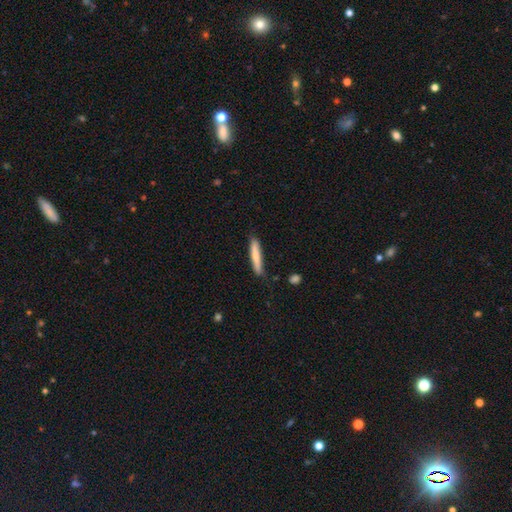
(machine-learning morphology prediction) Smooth or featured: smooth — 73% (featured or disk — 21%)
How rounded: cigar-shaped — 92% (in between — 6%)
Merging: none — 83% (minor disturbance — 13%)